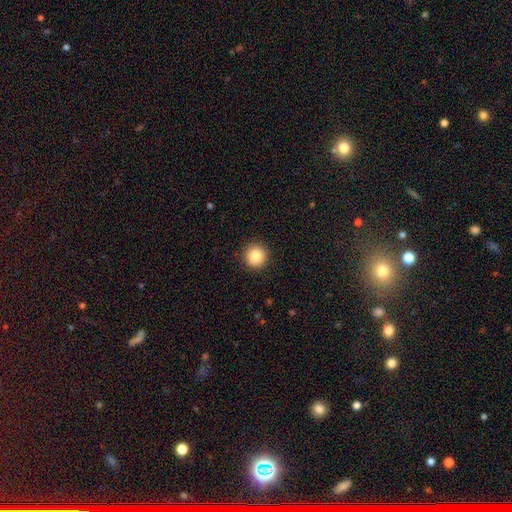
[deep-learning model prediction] Smooth or featured? Predicted: smooth (p=0.84). How rounded? Predicted: round (p=0.95). Merging? Predicted: none (p=0.92).